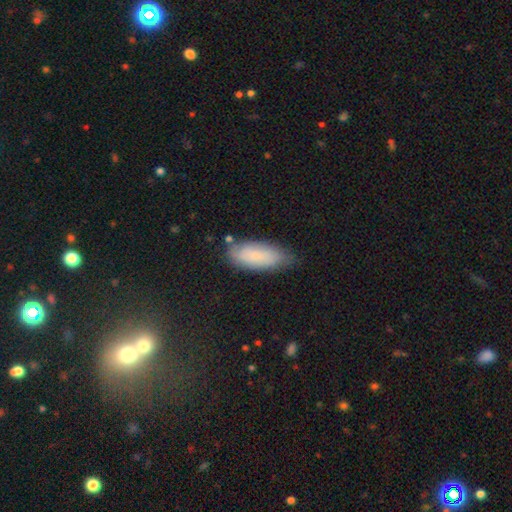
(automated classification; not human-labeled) A smooth galaxy with no disk features (80%) that is in between round and cigar-shaped (78%).

Vote fractions:
- Smooth or featured? smooth: 80% / featured or disk: 13% / star or artifact: 7%
- How rounded? in between: 78% / cigar-shaped: 20% / round: 2%
- Merging? none: 65% / minor disturbance: 27% / major disturbance: 5% / merger: 3%